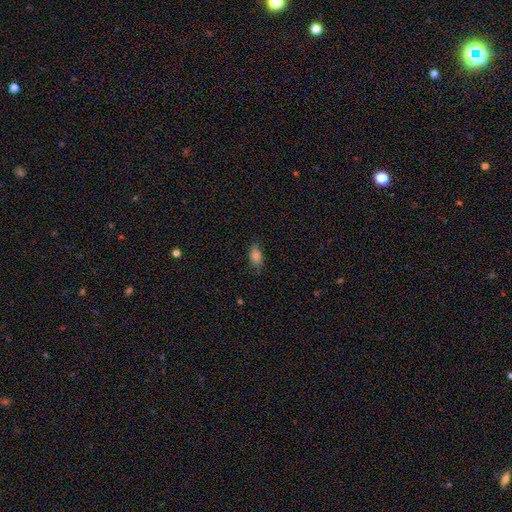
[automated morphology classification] A smooth galaxy with no disk features (82%) that is in between round and cigar-shaped (89%).

Vote fractions:
- Smooth or featured? smooth: 82% / featured or disk: 9% / star or artifact: 9%
- How rounded? in between: 89% / round: 6% / cigar-shaped: 5%
- Merging? none: 78% / minor disturbance: 18% / major disturbance: 4% / merger: 1%